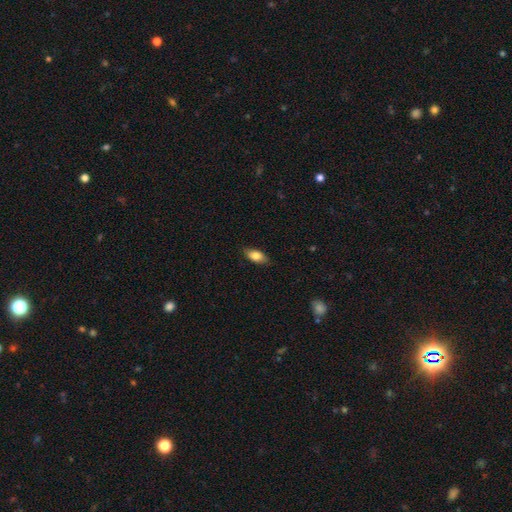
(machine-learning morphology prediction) A smooth galaxy with no disk features (80%) that is in between round and cigar-shaped (85%). Merging: none (84%).